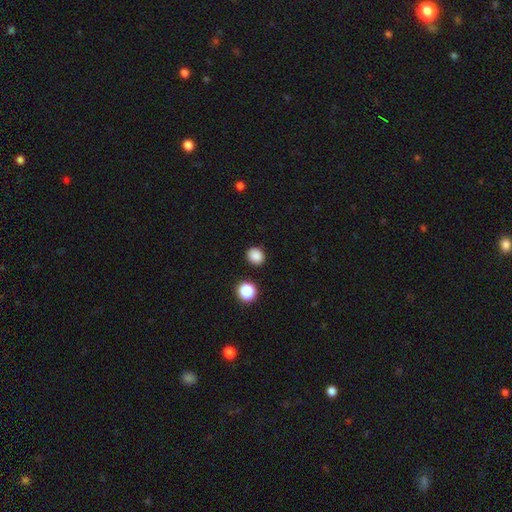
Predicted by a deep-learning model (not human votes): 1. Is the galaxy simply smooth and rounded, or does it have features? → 85% smooth, 12% star or artifact, 3% featured or disk.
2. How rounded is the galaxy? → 71% round, 29% in between, 1% cigar-shaped.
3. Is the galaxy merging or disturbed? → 88% none, 7% minor disturbance, 2% merger, 2% major disturbance.